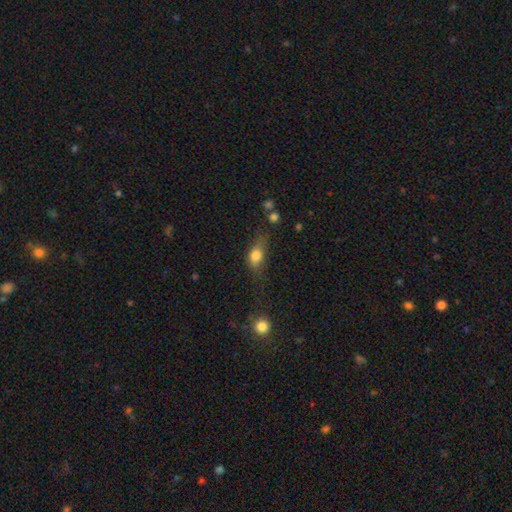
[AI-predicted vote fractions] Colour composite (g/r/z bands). It shows a smooth galaxy with no disk features (78%) that is in between round and cigar-shaped (72%). Merging: none (46%).